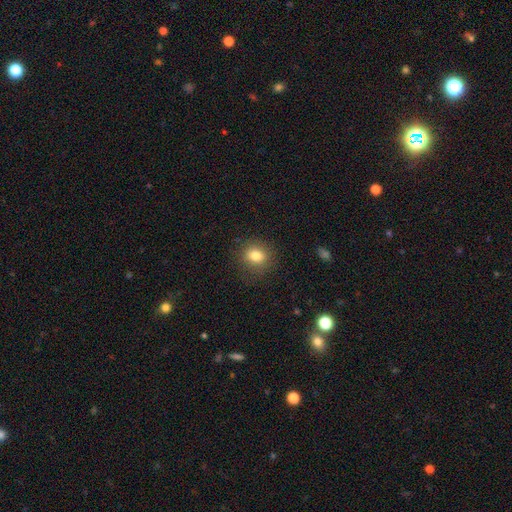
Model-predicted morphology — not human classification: A smooth galaxy with no disk features (81%) that is round (65%). Merging: none (86%).